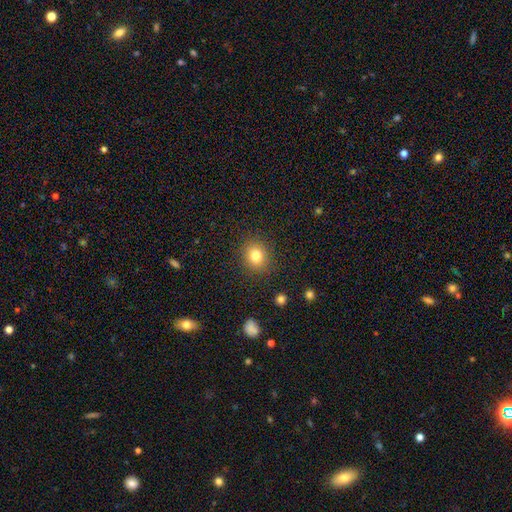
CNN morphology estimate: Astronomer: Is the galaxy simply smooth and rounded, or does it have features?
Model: smooth — 81%.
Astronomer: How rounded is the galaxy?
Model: round — 78%.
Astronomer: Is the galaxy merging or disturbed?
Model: none — 87%.